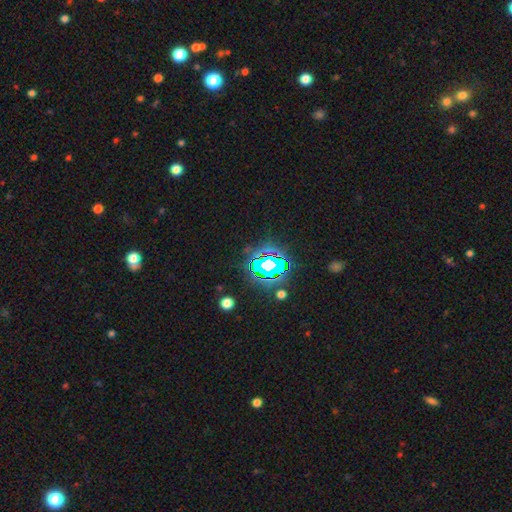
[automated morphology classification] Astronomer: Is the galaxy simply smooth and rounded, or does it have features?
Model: star or artifact — 83%.